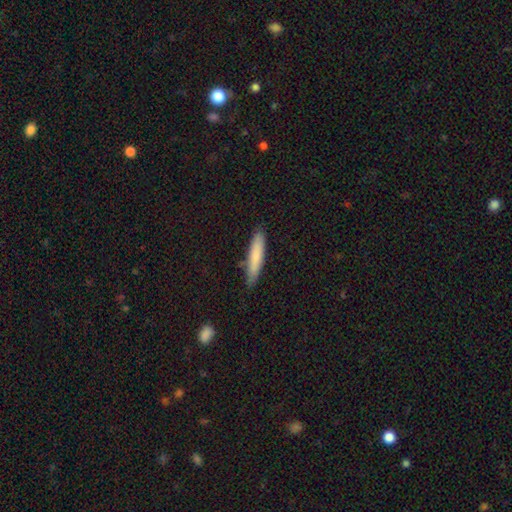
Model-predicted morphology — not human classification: The model was most divided on "smooth or featured": smooth: 79%, featured or disk: 14%, star or artifact: 6%. More confident: how rounded — cigar-shaped (86%); merging — none (82%).